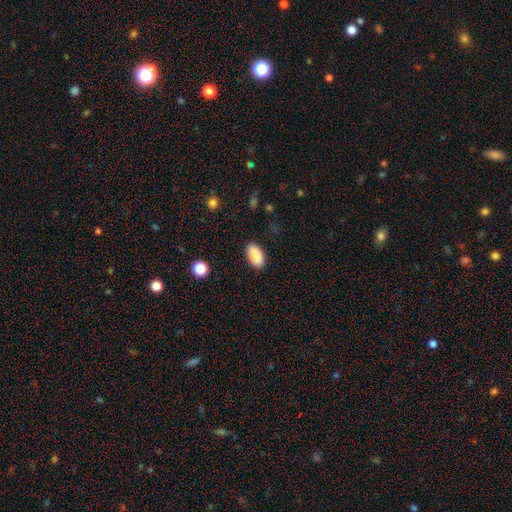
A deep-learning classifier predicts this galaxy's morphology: Q: Smooth or featured?
A: smooth (88%); runner-up: star or artifact (7%)
Q: How rounded?
A: in between (93%); runner-up: cigar-shaped (4%)
Q: Merging?
A: none (88%); runner-up: minor disturbance (9%)